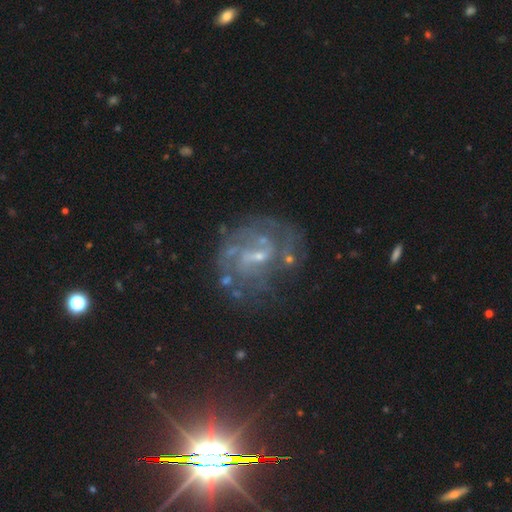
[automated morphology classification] Q: Smooth or featured?
A: featured or disk (76%); runner-up: star or artifact (13%)
Q: Edge-on disk?
A: no (98%); runner-up: yes (2%)
Q: Bar?
A: weak (53%); runner-up: no (32%)
Q: Spiral arms?
A: yes (79%); runner-up: no (21%)
Q: Spiral winding?
A: medium (41%); runner-up: tight (35%)
Q: Spiral arm count?
A: can't tell (38%); runner-up: 2 (33%)
Q: Bulge size?
A: small (66%); runner-up: moderate (19%)
Q: Merging?
A: none (57%); runner-up: minor disturbance (19%)